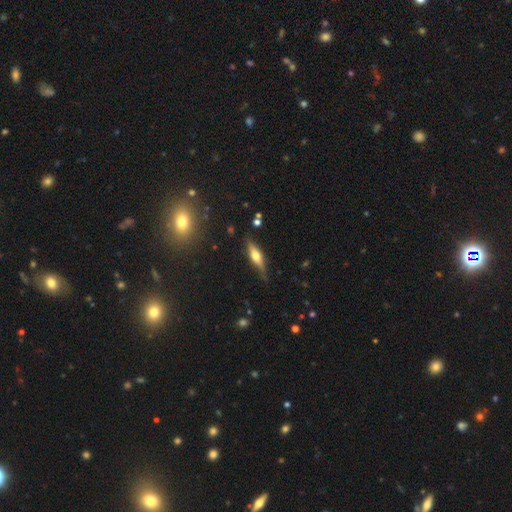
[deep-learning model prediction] This appears to be a featured or disk galaxy (53%) viewed edge-on (92%). Merging: none (77%).